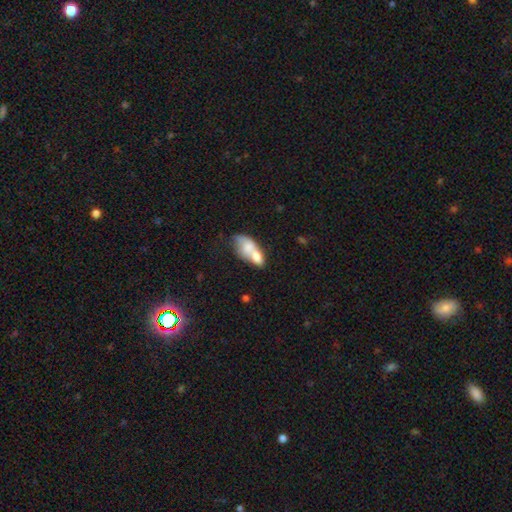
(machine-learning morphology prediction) A smooth galaxy with no disk features (66%) that is in between round and cigar-shaped (84%). Merging: merger (69%).